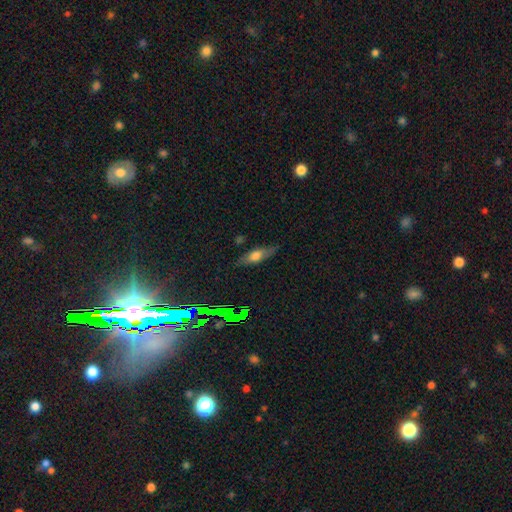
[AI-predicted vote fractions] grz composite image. It shows a smooth galaxy with no disk features (53%) that is in between round and cigar-shaped (50%). Merging: none (79%).